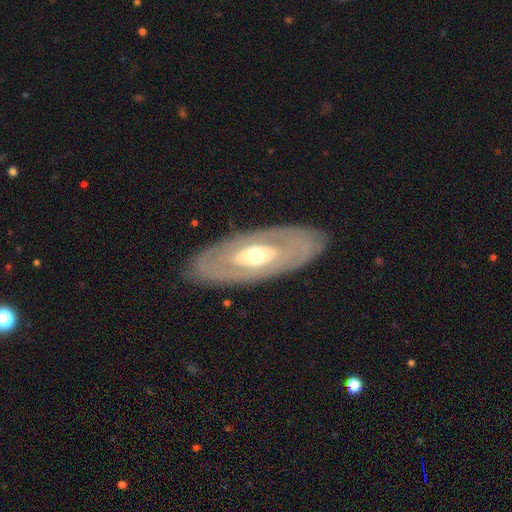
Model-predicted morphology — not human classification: featured or disk 69%, smooth 26%, star or artifact 5%. Down the decision tree: edge-on disk — no (84%); bar — no (77%); spiral arms — no (77%); bulge size — moderate (67%); merging — none (85%).